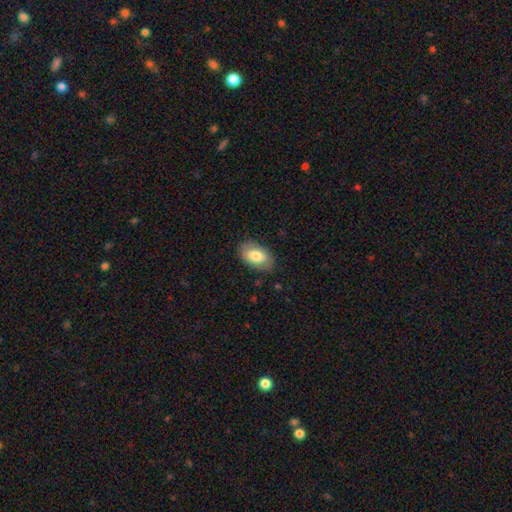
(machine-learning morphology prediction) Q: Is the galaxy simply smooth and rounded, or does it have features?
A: smooth — 78%.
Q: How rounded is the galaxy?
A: in between — 93%.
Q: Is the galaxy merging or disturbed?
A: none — 82%.